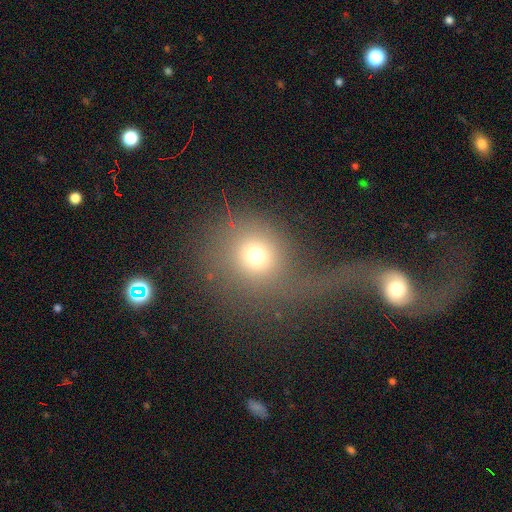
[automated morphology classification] Smooth or featured? smooth (68%)
How rounded? round (88%)
Merging? none (42%)